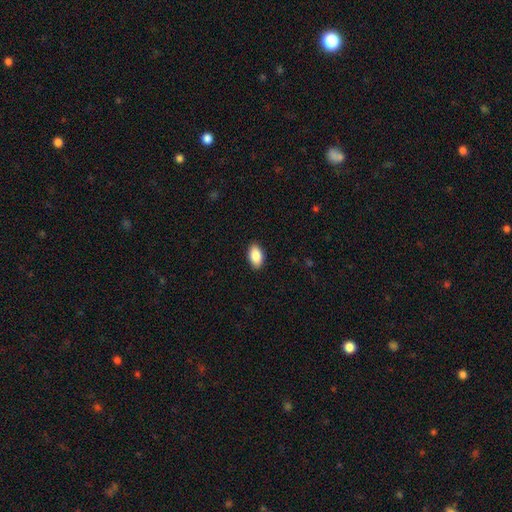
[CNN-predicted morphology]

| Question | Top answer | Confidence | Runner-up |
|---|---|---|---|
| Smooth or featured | smooth | 87% | star or artifact (7%) |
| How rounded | in between | 93% | round (5%) |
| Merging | none | 90% | minor disturbance (7%) |